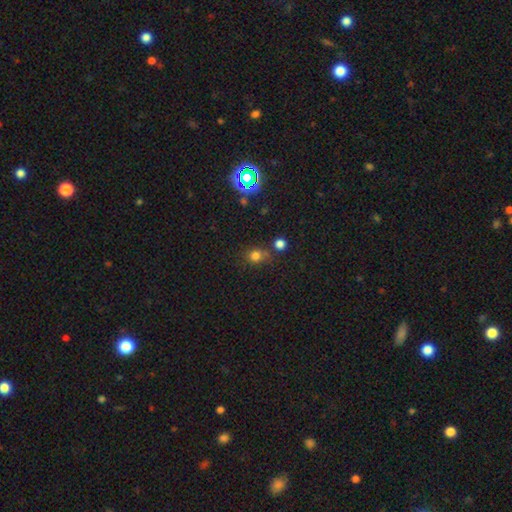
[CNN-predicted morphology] Q: Smooth or featured?
A: smooth (72%); runner-up: star or artifact (21%)
Q: How rounded?
A: round (80%); runner-up: in between (19%)
Q: Merging?
A: none (62%); runner-up: merger (16%)